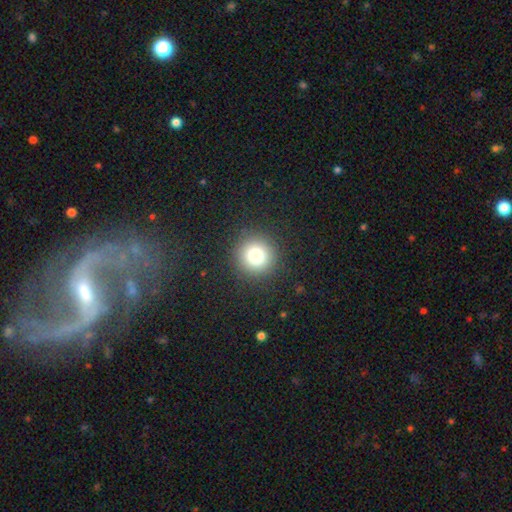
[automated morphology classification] Q: Smooth or featured?
A: smooth (78%); runner-up: star or artifact (13%)
Q: How rounded?
A: round (94%); runner-up: in between (5%)
Q: Merging?
A: none (91%); runner-up: minor disturbance (5%)